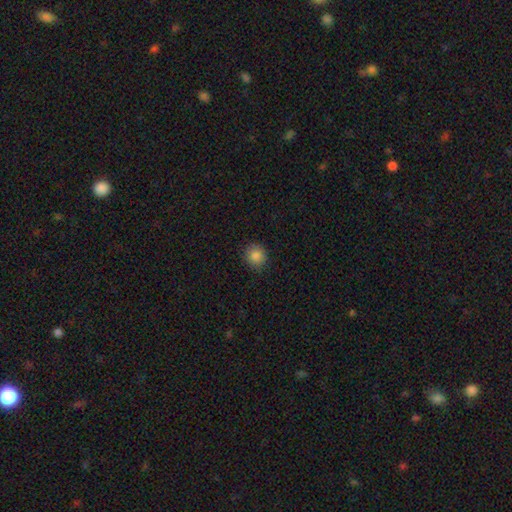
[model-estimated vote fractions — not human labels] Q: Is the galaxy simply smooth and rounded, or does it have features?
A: smooth — 85%.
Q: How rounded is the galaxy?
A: round — 85%.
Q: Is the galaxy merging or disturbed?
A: none — 88%.